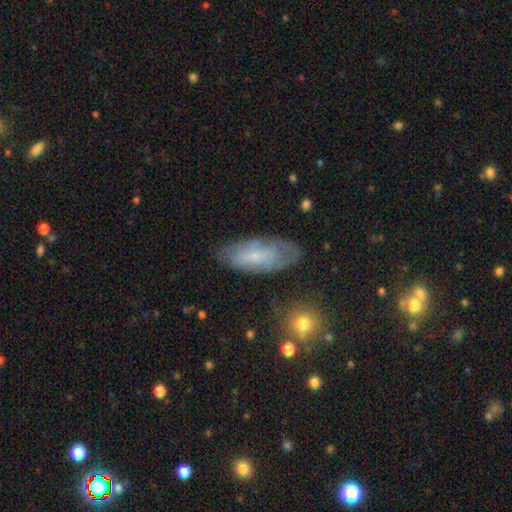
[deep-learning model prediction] smooth-or-featured: smooth: 51% | featured or disk: 41% | star or artifact: 7%
  how-rounded: in between: 80% | cigar-shaped: 18% | round: 3%
  merging: none: 67% | minor disturbance: 23% | major disturbance: 7% | merger: 2%